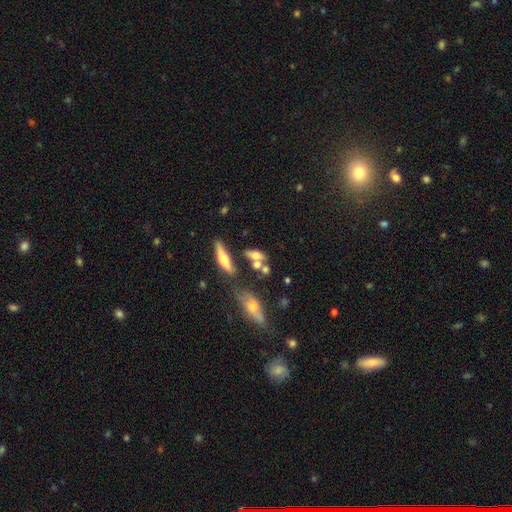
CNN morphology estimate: Smooth or featured? Predicted: smooth (p=0.56). How rounded? Predicted: in between (p=0.60). Merging? Predicted: none (p=0.40).